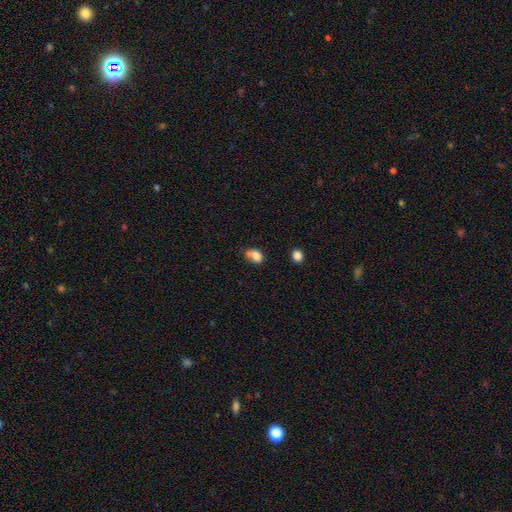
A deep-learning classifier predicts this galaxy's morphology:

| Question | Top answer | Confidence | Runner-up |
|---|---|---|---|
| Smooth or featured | smooth | 83% | star or artifact (9%) |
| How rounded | in between | 78% | round (21%) |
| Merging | none | 43% | minor disturbance (37%) |